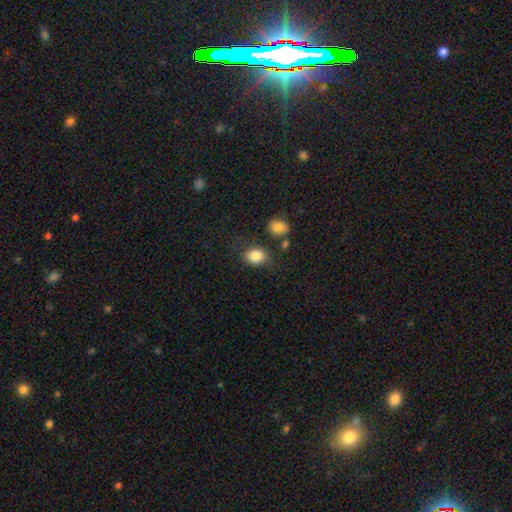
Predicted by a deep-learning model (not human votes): smooth 84%, star or artifact 9%, featured or disk 7%. Down the decision tree: how rounded — in between (52%); merging — none (73%).